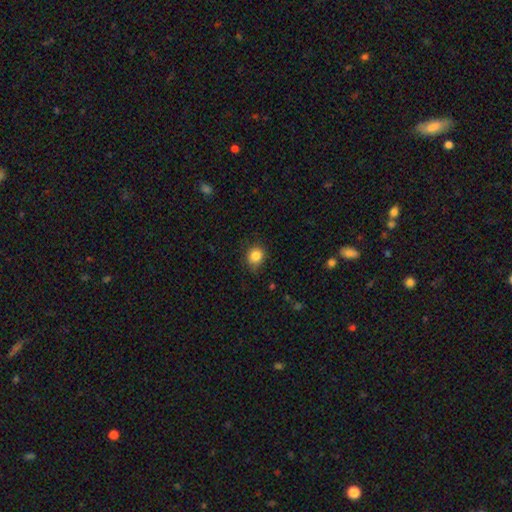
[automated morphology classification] Smooth or featured? Predicted: smooth (p=0.85). How rounded? Predicted: round (p=0.72). Merging? Predicted: none (p=0.77).